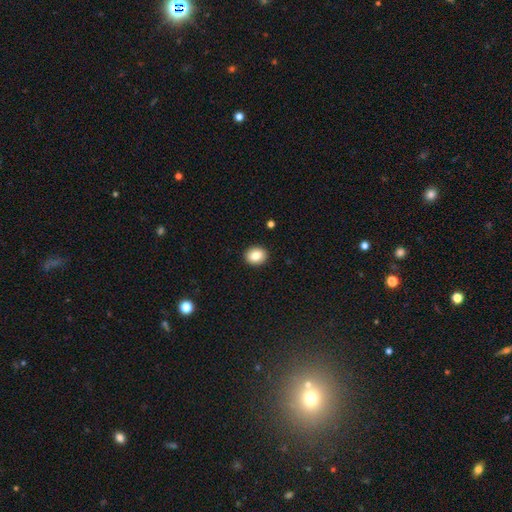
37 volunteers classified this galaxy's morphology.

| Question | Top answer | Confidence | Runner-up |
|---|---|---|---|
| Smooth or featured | smooth | 92% | featured or disk (5%) |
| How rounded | round | 65% | in between (29%) |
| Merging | none | 89% | minor disturbance (8%) |